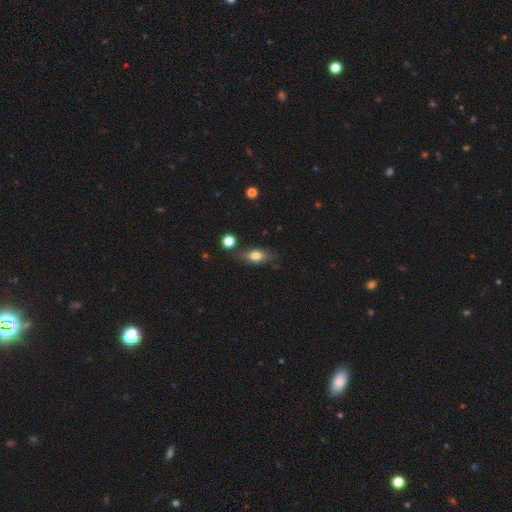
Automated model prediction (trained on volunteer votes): A smooth galaxy with no disk features (74%) that is in between round and cigar-shaped (78%). Merging: none (73%).